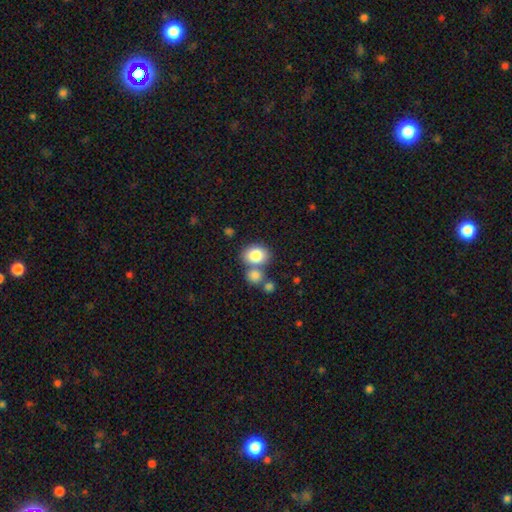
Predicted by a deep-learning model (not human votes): This is clearly a smooth galaxy (82%). How rounded: possibly in between (52%). Merging: possibly none (56%).